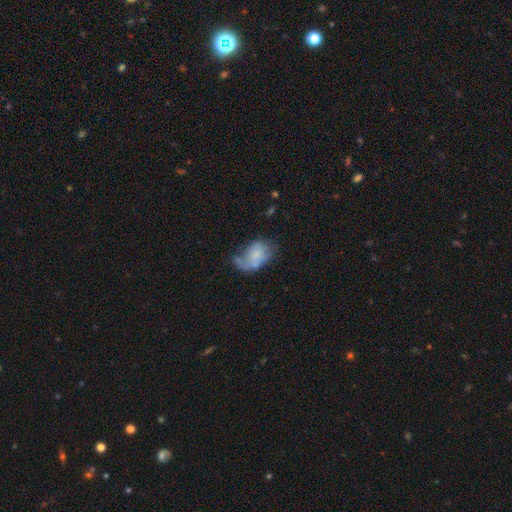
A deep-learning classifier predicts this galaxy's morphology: Smooth or featured? smooth (49%)
Merging? major disturbance (36%)